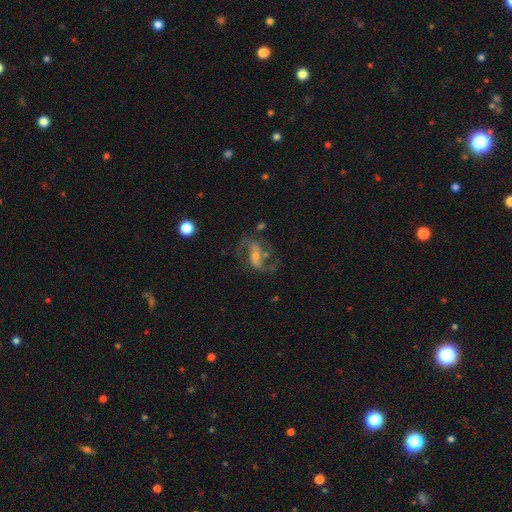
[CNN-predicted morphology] This appears to be a featured or disk galaxy (76%) with a strong bar (46%), 2 (87%) medium (47%) spiral arms (88%) and a small central bulge (50%). Merging: none (58%).